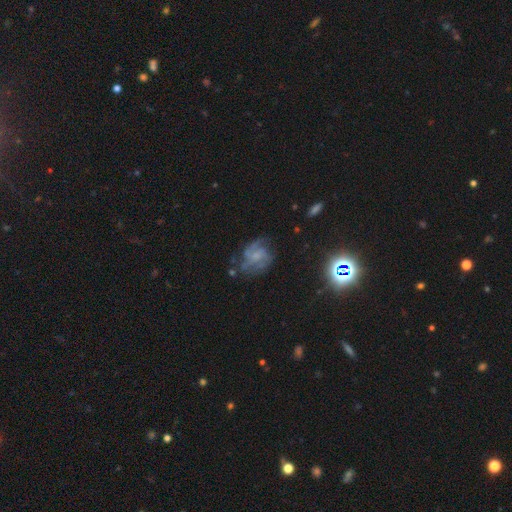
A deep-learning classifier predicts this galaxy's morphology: This appears to be a featured or disk galaxy (75%) with no bar (60%), 2 (34%) medium (49%) spiral arms (89%) and a small central bulge (43%). Merging: none (58%).